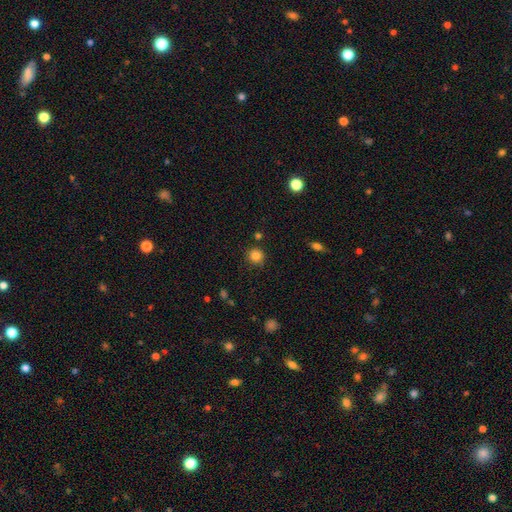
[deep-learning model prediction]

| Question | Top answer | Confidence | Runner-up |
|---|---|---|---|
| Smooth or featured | smooth | 84% | star or artifact (12%) |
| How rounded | round | 92% | in between (7%) |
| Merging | none | 86% | minor disturbance (9%) |